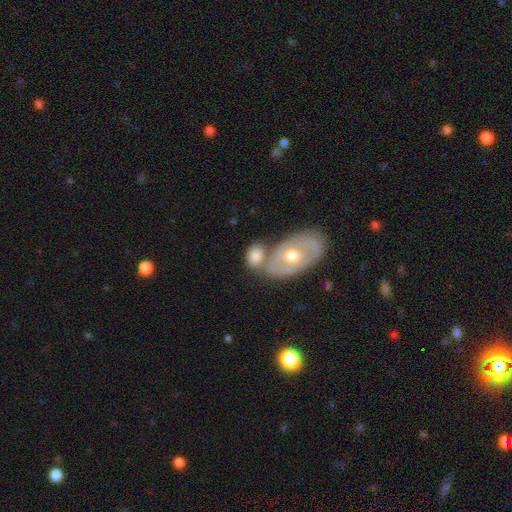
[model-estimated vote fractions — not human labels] smooth 64%, featured or disk 30%, star or artifact 6%. Down the decision tree: how rounded — in between (81%); merging — merger (42%).